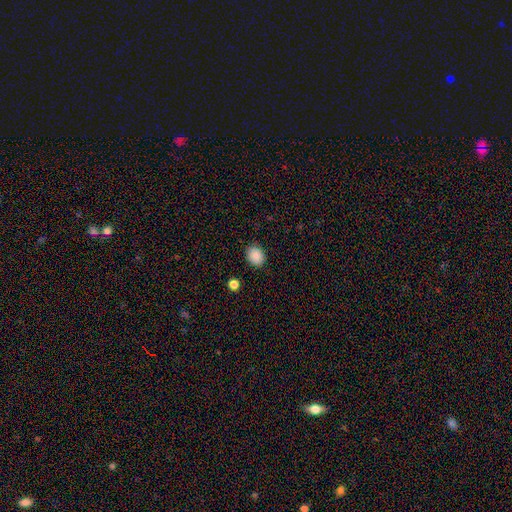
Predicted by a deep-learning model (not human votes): Smooth or featured: smooth — 87% (star or artifact — 9%)
How rounded: round — 52% (in between — 47%)
Merging: none — 88% (minor disturbance — 9%)